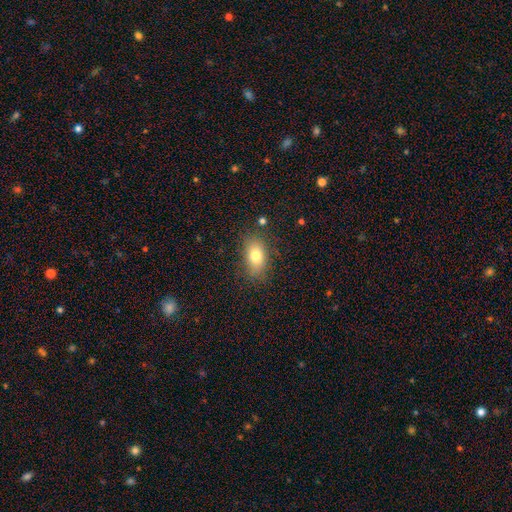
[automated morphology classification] This is likely a smooth galaxy (78%). How rounded: clearly in between (85%). Merging: clearly none (80%).